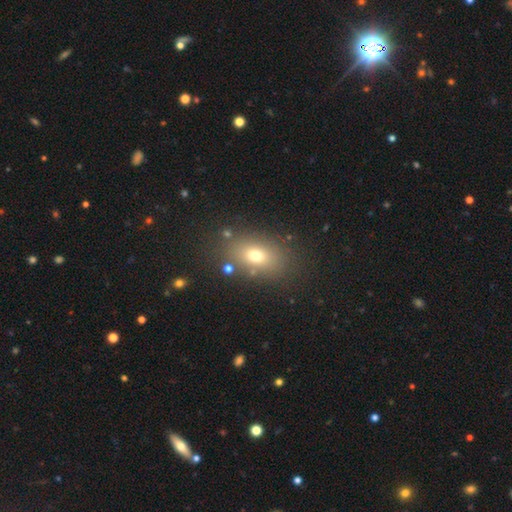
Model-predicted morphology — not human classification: Smooth or featured? smooth (69%)
How rounded? in between (79%)
Merging? none (81%)